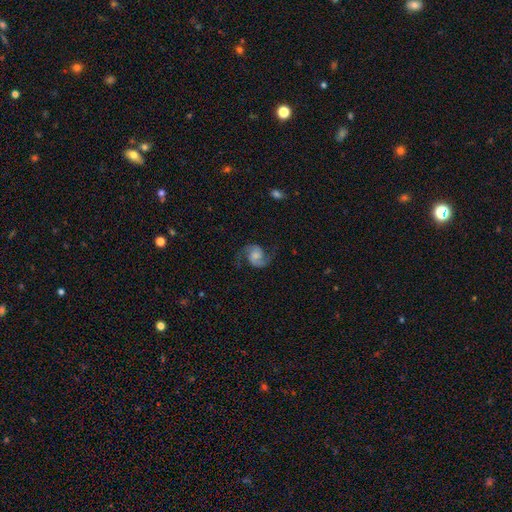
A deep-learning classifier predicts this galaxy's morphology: type=featured or disk (87%); edge-on=no (98%); bar=no (64%); spiral arms=yes (98%); winding=medium (52%); arm count=2 (94%); bulge=small (40%); merging=none (79%).